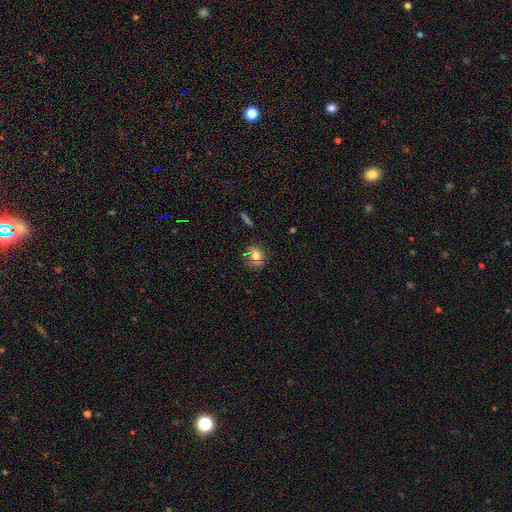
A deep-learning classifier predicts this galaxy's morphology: Smooth or featured? Predicted: smooth (p=0.69). How rounded? Predicted: round (p=0.73). Merging? Predicted: none (p=0.76).